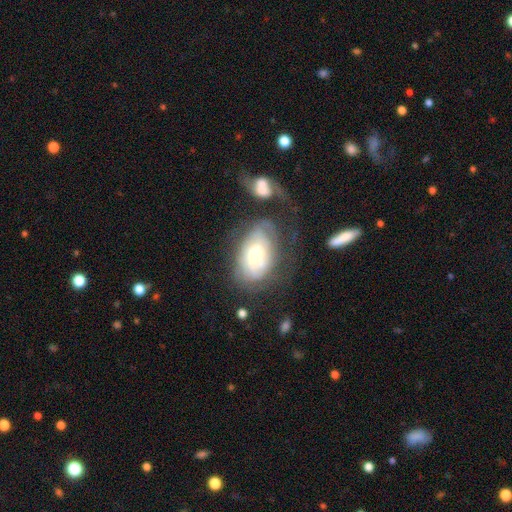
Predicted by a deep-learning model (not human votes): Smooth or featured? featured or disk (58%)
Edge-on disk? no (95%)
Bar? no (69%)
Spiral arms? yes (73%)
Bulge size? moderate (40%)
Merging? none (46%)